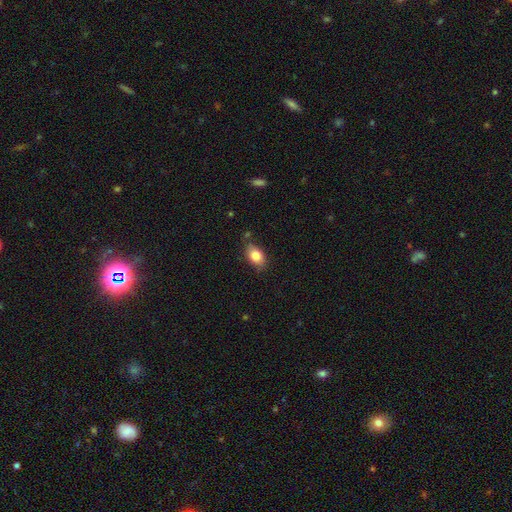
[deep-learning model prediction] This is clearly a smooth galaxy (83%). How rounded: clearly in between (85%). Merging: likely none (74%).